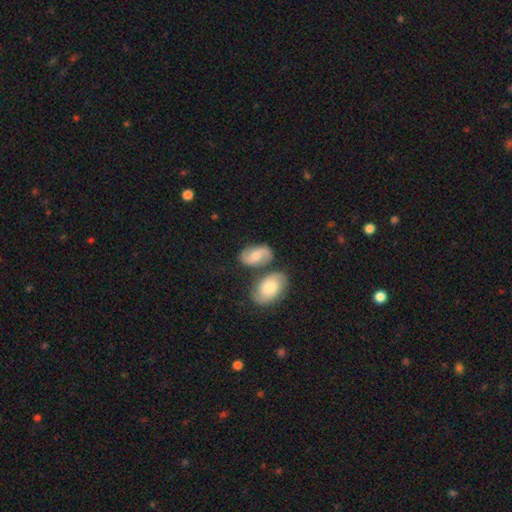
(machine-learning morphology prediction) This is possibly a featured or disk galaxy (53%). It is clearly not viewed edge-on (95%). Bar: possibly no (47%). Spiral arm pattern: clearly yes (86%). Central bulge: likely moderate (61%). Merging: likely none (61%).